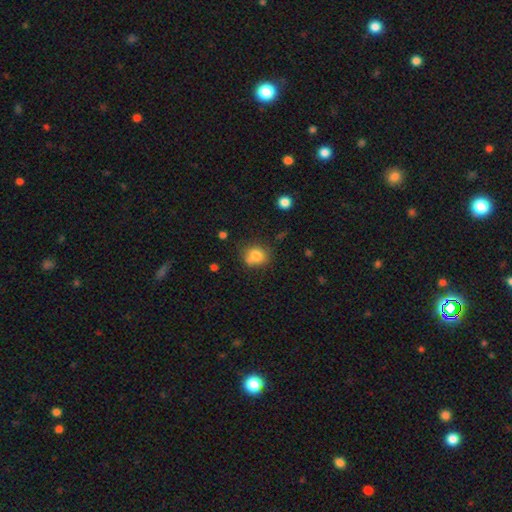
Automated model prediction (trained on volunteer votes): Morphology: type=smooth (79%); roundness=round (72%); merging=none (63%).